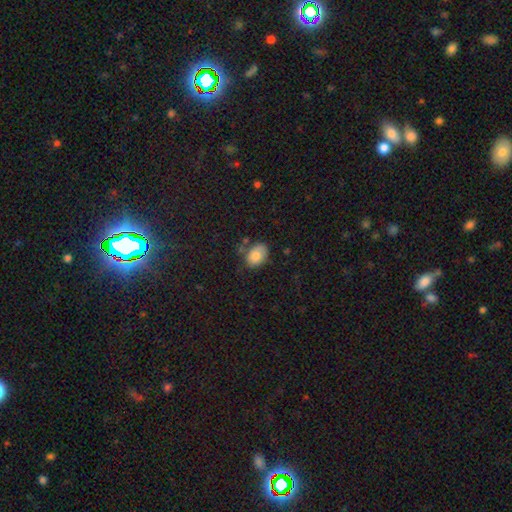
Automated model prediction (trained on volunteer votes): This appears to be a smooth galaxy with no disk features (80%) that is in between round and cigar-shaped (76%). Merging: none (65%).